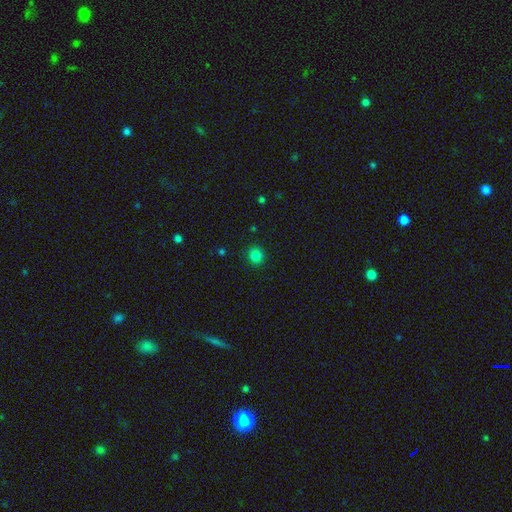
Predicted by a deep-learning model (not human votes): Q: Smooth or featured?
A: smooth (83%); runner-up: star or artifact (13%)
Q: How rounded?
A: round (87%); runner-up: in between (12%)
Q: Merging?
A: none (91%); runner-up: minor disturbance (6%)